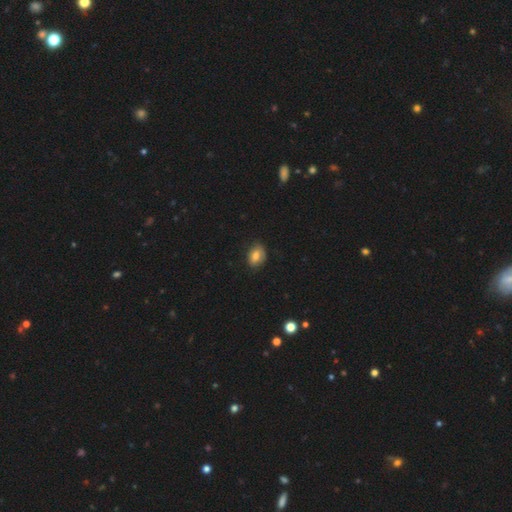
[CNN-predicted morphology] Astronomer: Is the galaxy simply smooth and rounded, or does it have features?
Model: smooth — 77%.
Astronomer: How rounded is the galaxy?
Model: in between — 72%.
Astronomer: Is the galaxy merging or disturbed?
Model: none — 73%.